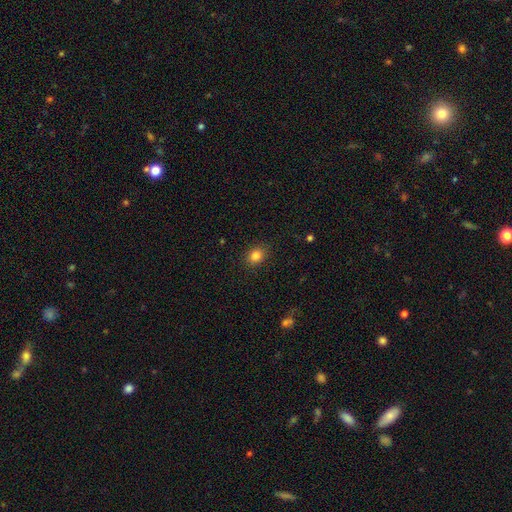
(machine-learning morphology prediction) Smooth or featured: smooth — 84% (star or artifact — 11%)
How rounded: round — 51% (in between — 48%)
Merging: none — 89% (minor disturbance — 8%)